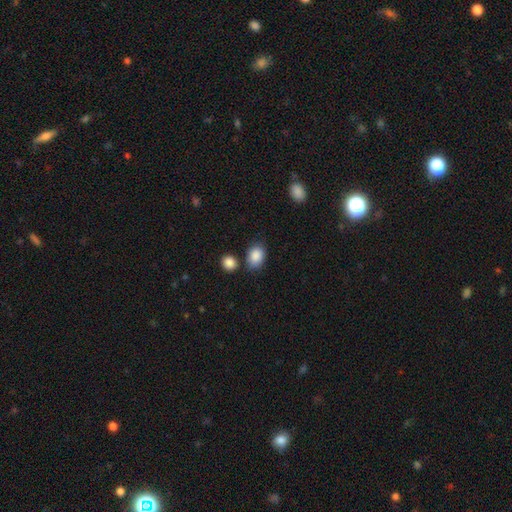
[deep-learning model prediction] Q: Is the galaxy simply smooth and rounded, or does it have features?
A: smooth — 88%.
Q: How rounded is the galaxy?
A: in between — 72%.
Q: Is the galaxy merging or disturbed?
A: none — 70%.